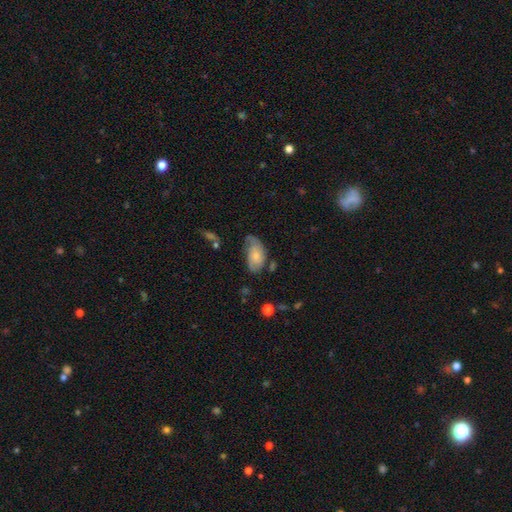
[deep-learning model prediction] Overall: smooth (55%; featured or disk 38%). How rounded: in between (93%). Merging: none (44%; minor disturbance 34%).